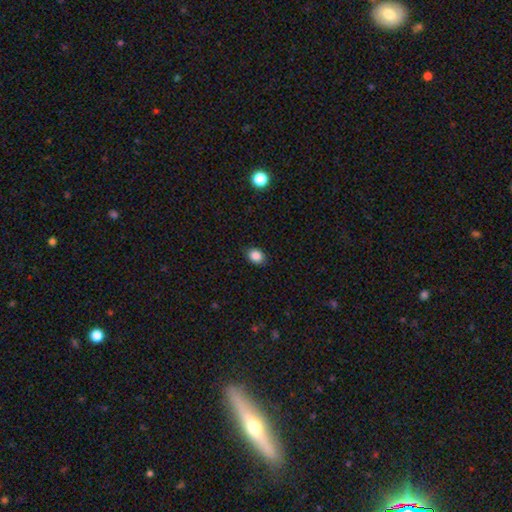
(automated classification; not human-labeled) smooth-or-featured: smooth: 87% | star or artifact: 10% | featured or disk: 4%
  how-rounded: in between: 56% | round: 43% | cigar-shaped: 1%
  merging: none: 88% | minor disturbance: 9% | major disturbance: 2% | merger: 1%